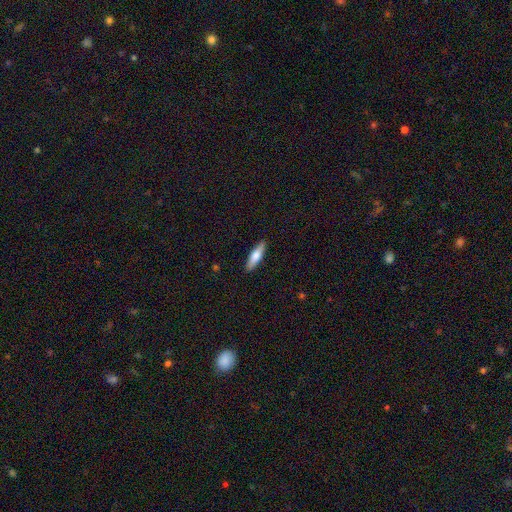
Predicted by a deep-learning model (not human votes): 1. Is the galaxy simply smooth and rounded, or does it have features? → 67% smooth, 27% featured or disk, 6% star or artifact.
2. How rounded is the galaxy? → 68% cigar-shaped, 30% in between, 2% round.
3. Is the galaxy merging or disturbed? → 90% none, 8% minor disturbance, 2% major disturbance, 1% merger.